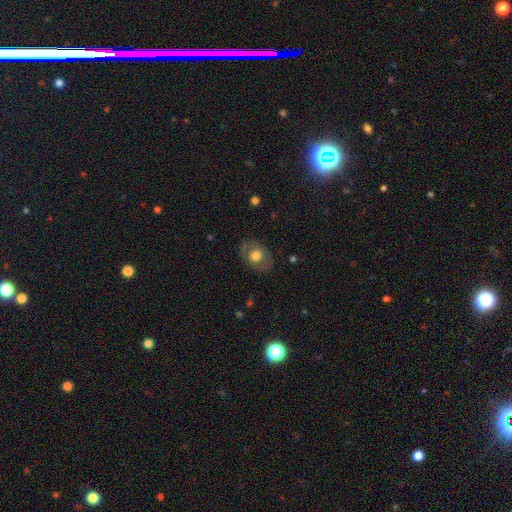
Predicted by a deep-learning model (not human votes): A smooth galaxy with no disk features (57%) that is in between round and cigar-shaped (55%).

Vote fractions:
- Smooth or featured? smooth: 57% / featured or disk: 35% / star or artifact: 8%
- How rounded? in between: 55% / round: 44% / cigar-shaped: 1%
- Merging? none: 79% / minor disturbance: 14% / major disturbance: 6% / merger: 1%